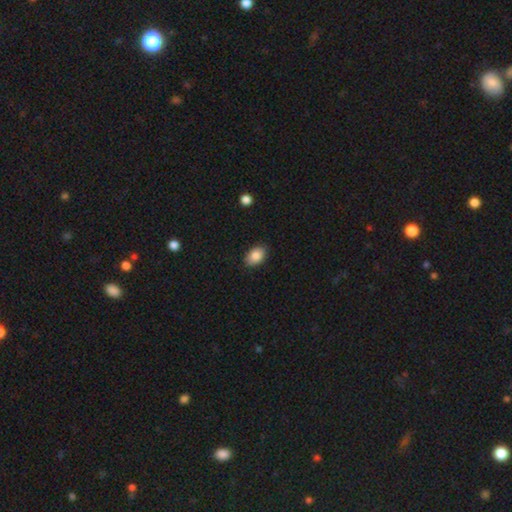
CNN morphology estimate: Smooth or featured? Predicted: smooth (p=0.85). How rounded? Predicted: in between (p=0.85). Merging? Predicted: none (p=0.87).